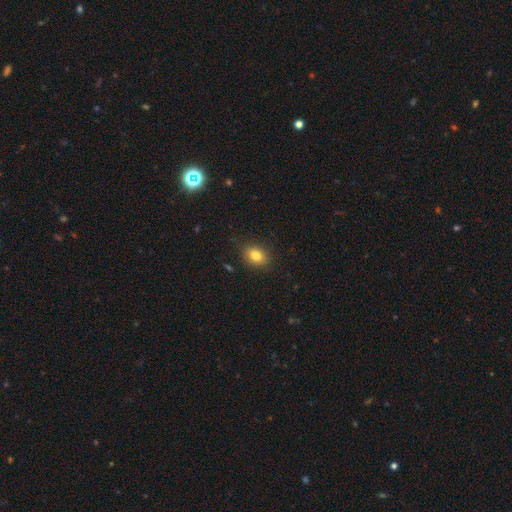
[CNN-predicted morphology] This is clearly a smooth galaxy (81%). How rounded: likely in between (63%). Merging: clearly none (84%).